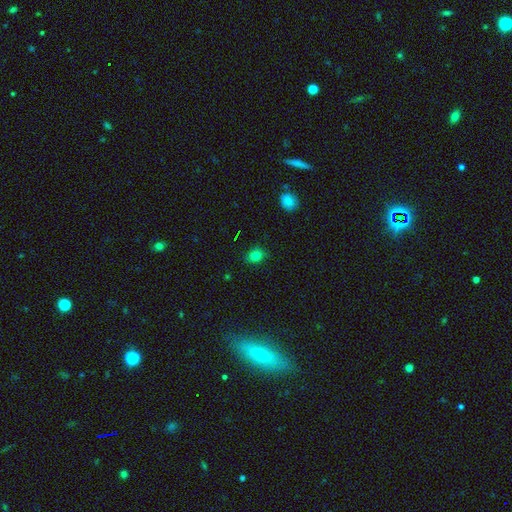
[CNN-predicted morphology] smooth-or-featured: smooth: 79% | star or artifact: 14% | featured or disk: 7%
  how-rounded: round: 51% | in between: 48% | cigar-shaped: 1%
  merging: none: 84% | minor disturbance: 12% | major disturbance: 2% | merger: 1%